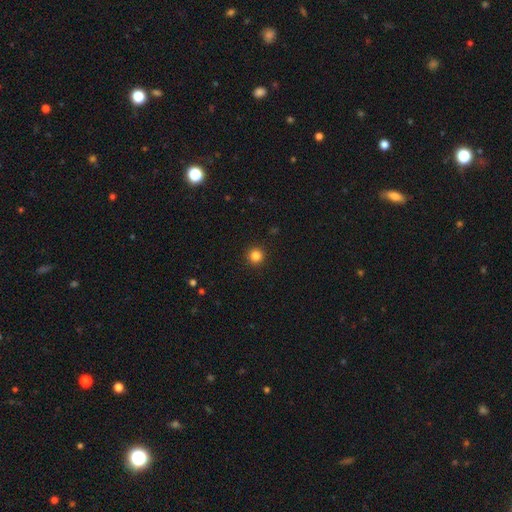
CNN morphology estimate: Smooth or featured: smooth — 84% (star or artifact — 12%)
How rounded: round — 96% (in between — 3%)
Merging: none — 93% (minor disturbance — 5%)